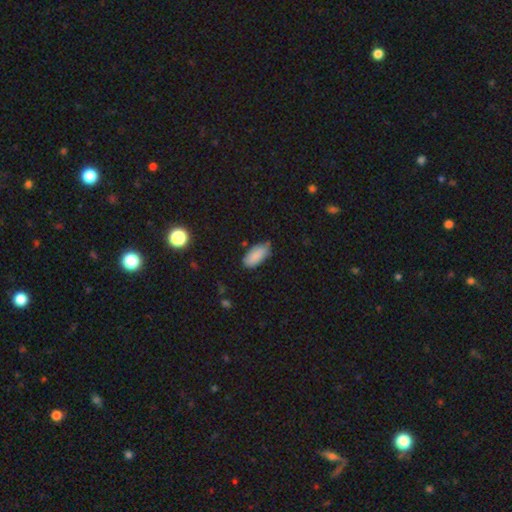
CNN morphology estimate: smooth-or-featured: smooth: 88% | star or artifact: 7% | featured or disk: 5%
  how-rounded: in between: 90% | cigar-shaped: 8% | round: 2%
  merging: none: 69% | minor disturbance: 26% | major disturbance: 4% | merger: 2%